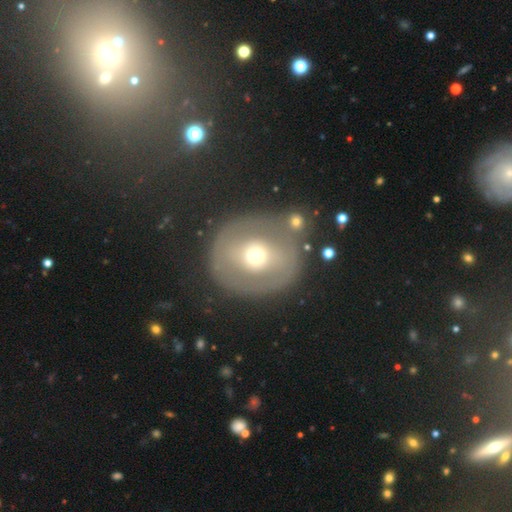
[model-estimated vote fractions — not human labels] smooth-or-featured: featured or disk: 47% | smooth: 44% | star or artifact: 9%
  merging: none: 69% | minor disturbance: 14% | major disturbance: 10% | merger: 7%